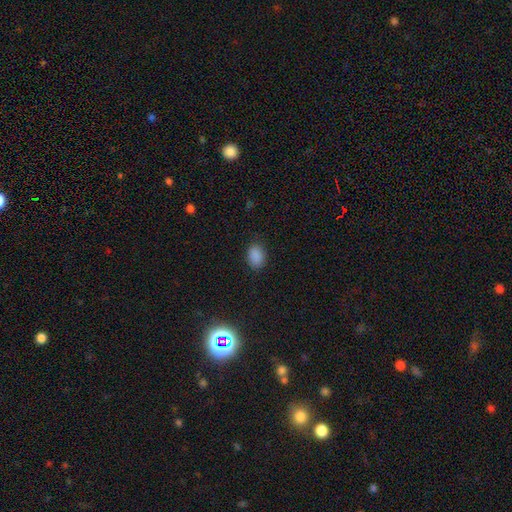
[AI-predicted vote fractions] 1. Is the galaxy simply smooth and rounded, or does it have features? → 87% smooth, 10% star or artifact, 3% featured or disk.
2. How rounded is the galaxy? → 81% in between, 18% round, 1% cigar-shaped.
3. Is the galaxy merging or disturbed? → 83% none, 13% minor disturbance, 3% major disturbance, 1% merger.